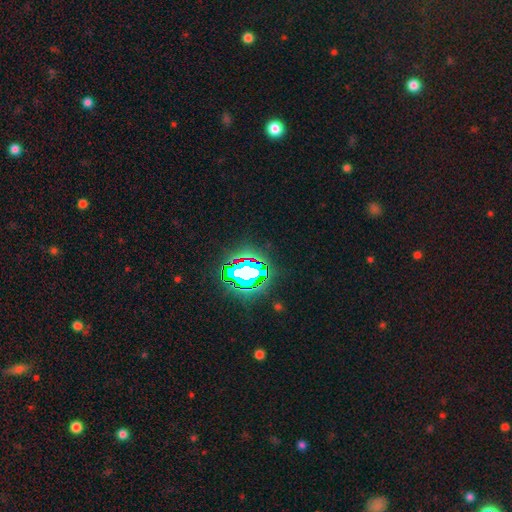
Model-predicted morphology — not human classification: Smooth or featured? star or artifact (82%)